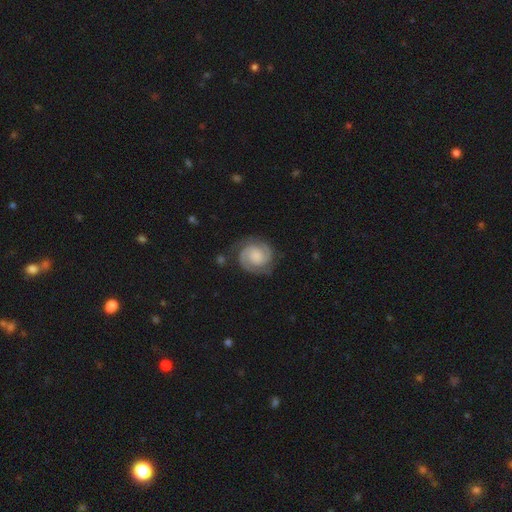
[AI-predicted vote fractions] featured or disk 84%, smooth 11%, star or artifact 6%. Down the decision tree: edge-on disk — no (98%); bar — no (65%); spiral arms — yes (98%); spiral arm count — 2 (90%); spiral winding — tight (58%); bulge size — none (31%); merging — none (78%).